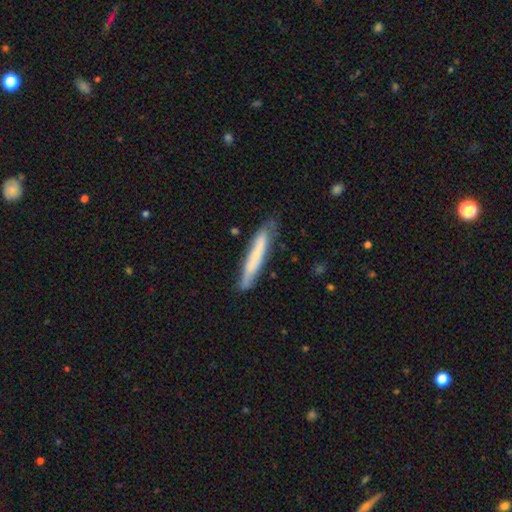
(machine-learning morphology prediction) This is possibly a smooth galaxy (56%). How rounded: clearly cigar-shaped (93%). Merging: likely none (73%).